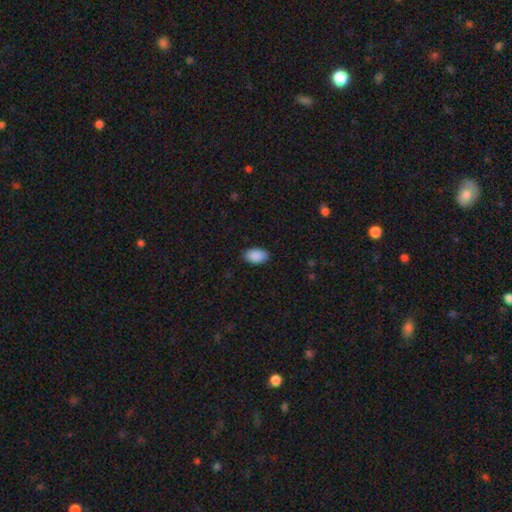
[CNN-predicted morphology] smooth 91%, star or artifact 7%, featured or disk 3%. Down the decision tree: how rounded — in between (93%); merging — none (88%).